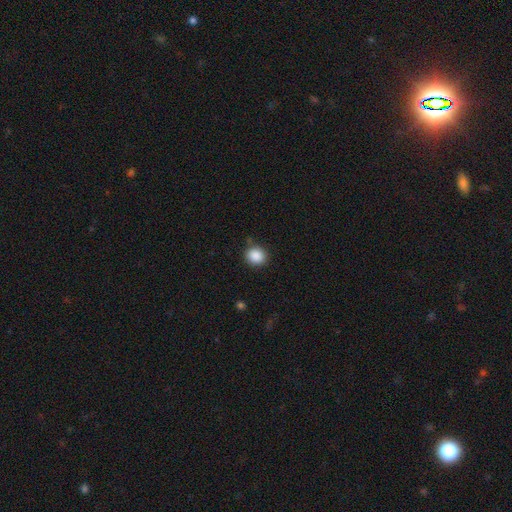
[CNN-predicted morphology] The model was most divided on "how rounded": round: 82%, in between: 17%, cigar-shaped: 1%. More confident: smooth or featured — smooth (88%); merging — none (82%).